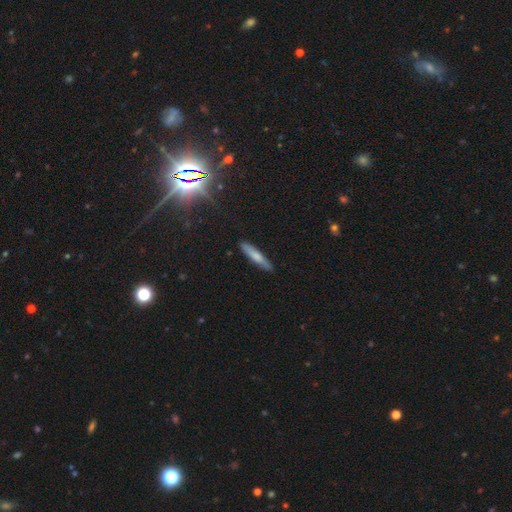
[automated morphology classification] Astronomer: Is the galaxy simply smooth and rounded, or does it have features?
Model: smooth — 70%.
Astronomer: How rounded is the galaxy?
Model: cigar-shaped — 89%.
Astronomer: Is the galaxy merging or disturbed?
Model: none — 88%.